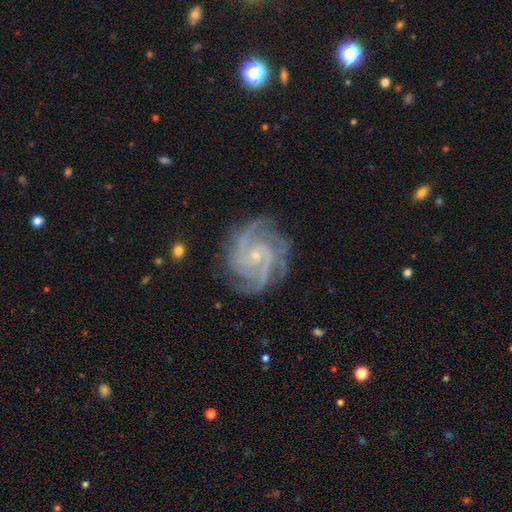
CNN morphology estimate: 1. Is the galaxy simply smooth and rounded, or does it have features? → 92% featured or disk, 5% star or artifact, 3% smooth.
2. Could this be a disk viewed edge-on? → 98% no, 2% yes.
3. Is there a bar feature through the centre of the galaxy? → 64% no, 28% weak, 9% strong.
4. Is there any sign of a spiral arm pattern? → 99% yes, 1% no.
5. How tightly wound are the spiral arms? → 56% tight, 39% medium, 5% loose.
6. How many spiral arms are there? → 39% 3, 19% 2, 18% 4, 10% can't tell, 7% more than 4, 6% 1.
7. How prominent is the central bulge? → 79% small, 17% moderate, 2% none, 1% large, 1% dominant.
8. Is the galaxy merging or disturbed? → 79% none, 15% minor disturbance, 5% major disturbance, 1% merger.